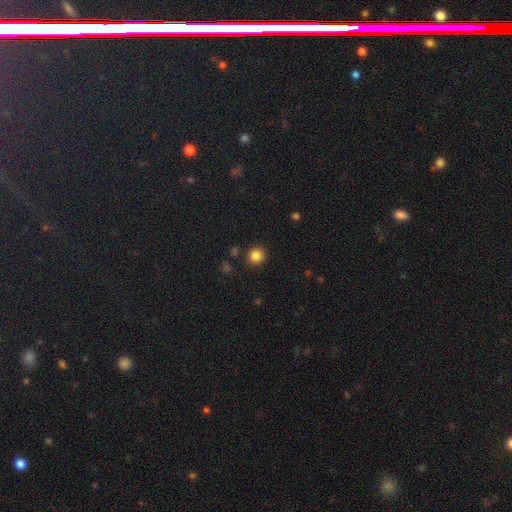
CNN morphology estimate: smooth_or_featured: smooth (p=0.84) [alt: star or artifact p=0.12]
how_rounded: round (p=0.93) [alt: in between p=0.06]
merging: none (p=0.88) [alt: minor disturbance p=0.07]